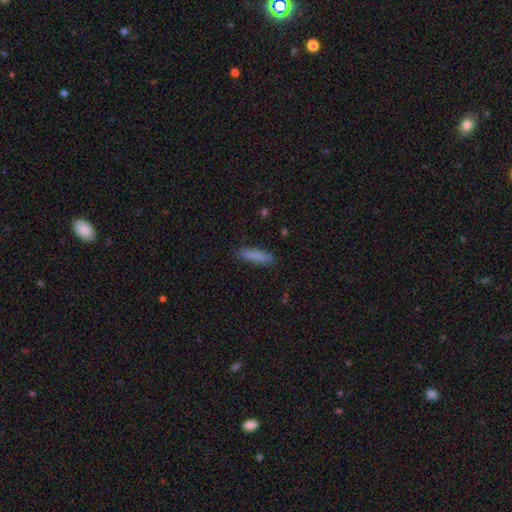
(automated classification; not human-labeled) Smooth or featured? smooth (85%)
How rounded? cigar-shaped (73%)
Merging? none (82%)